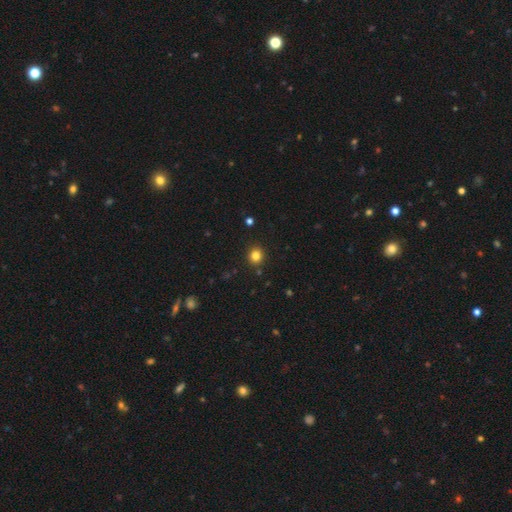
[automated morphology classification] Smooth or featured?
  - smooth: 82% *
  - star or artifact: 13%
  - featured or disk: 5%
How rounded?
  - round: 86% *
  - in between: 13%
  - cigar-shaped: 1%
Merging?
  - none: 91% *
  - minor disturbance: 6%
  - major disturbance: 2%
  - merger: 2%